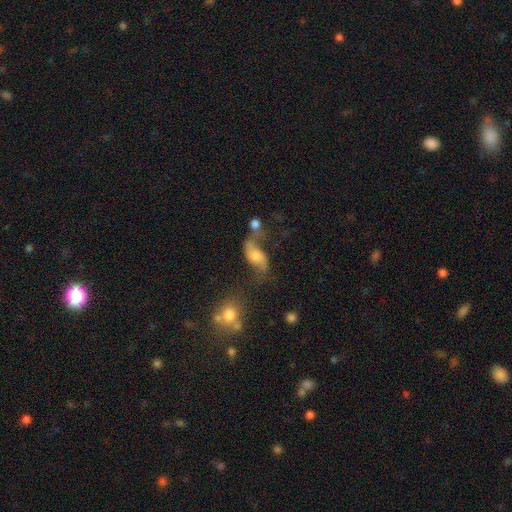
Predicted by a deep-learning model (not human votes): smooth_or_featured: featured or disk (p=0.68) [alt: smooth p=0.23]
disk_edge_on: no (p=0.93) [alt: yes p=0.07]
bar: no (p=0.59) [alt: weak p=0.32]
has_spiral_arms: yes (p=0.89) [alt: no p=0.11]
spiral_winding: loose (p=0.85) [alt: medium p=0.12]
spiral_arm_count: 2 (p=0.90) [alt: 1 p=0.04]
bulge_size: moderate (p=0.51) [alt: small p=0.24]
merging: none (p=0.44) [alt: merger p=0.21]